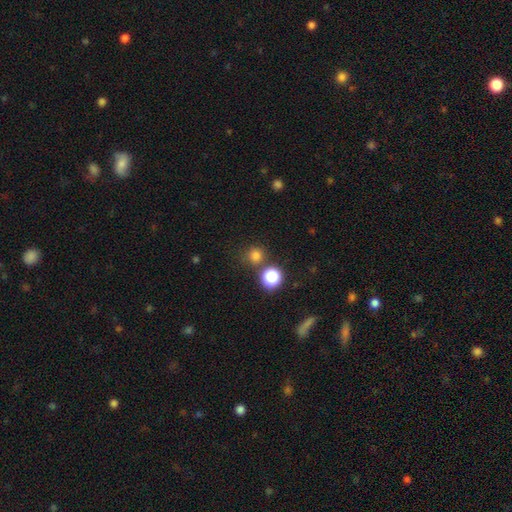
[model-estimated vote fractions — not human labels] Smooth or featured? Predicted: smooth (p=0.75). How rounded? Predicted: round (p=0.90). Merging? Predicted: none (p=0.76).